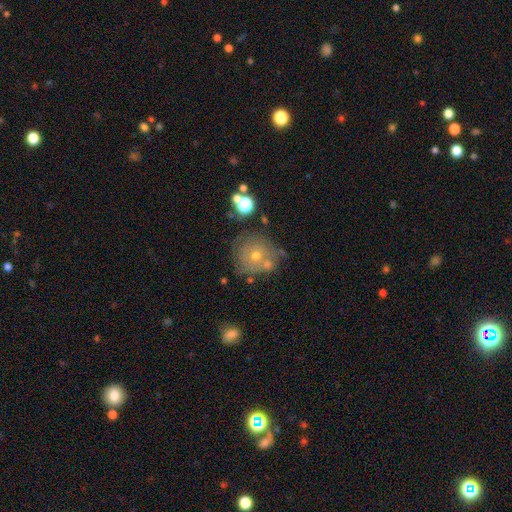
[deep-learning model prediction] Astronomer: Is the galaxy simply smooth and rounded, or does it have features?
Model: smooth — 46% (runner-up: featured or disk, 37%).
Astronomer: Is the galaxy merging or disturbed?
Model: none — 60%.